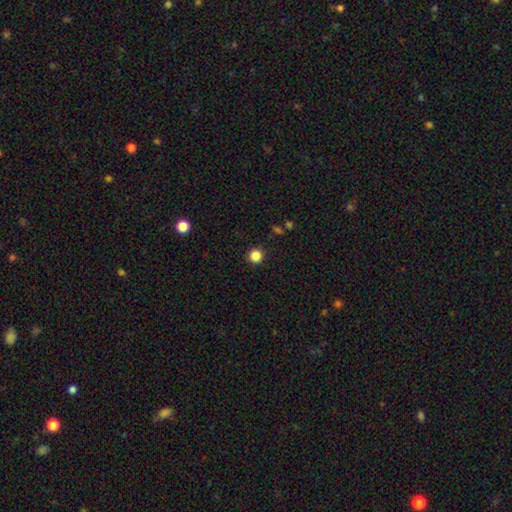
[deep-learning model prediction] The model was most divided on "smooth or featured": smooth: 86%, star or artifact: 11%, featured or disk: 3%. More confident: how rounded — round (95%); merging — none (92%).